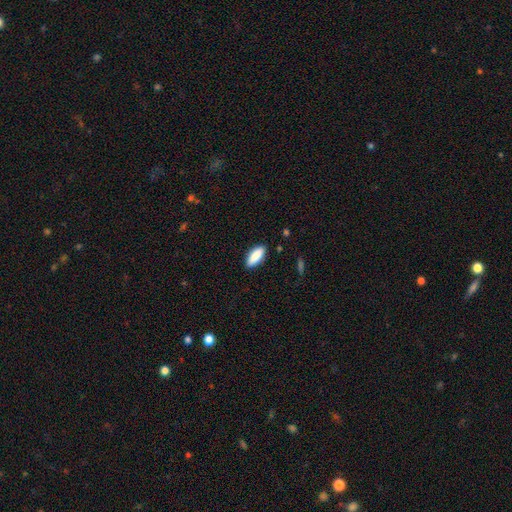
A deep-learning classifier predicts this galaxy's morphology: A smooth galaxy with no disk features (88%) that is in between round and cigar-shaped (78%).

Vote fractions:
- Smooth or featured? smooth: 88% / featured or disk: 6% / star or artifact: 6%
- How rounded? in between: 78% / cigar-shaped: 20% / round: 2%
- Merging? none: 88% / minor disturbance: 9% / major disturbance: 2% / merger: 1%